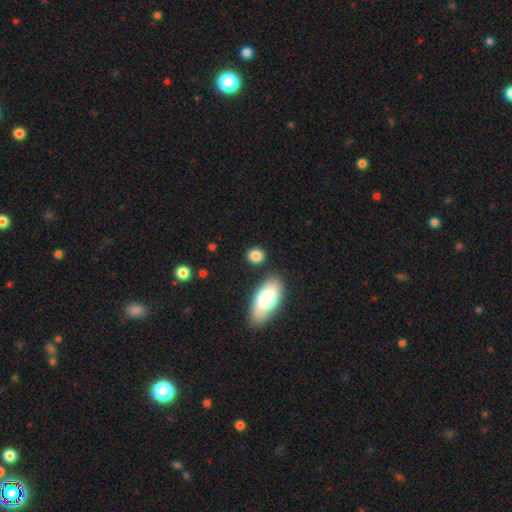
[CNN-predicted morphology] type=smooth (85%); roundness=round (53%); merging=none (79%).